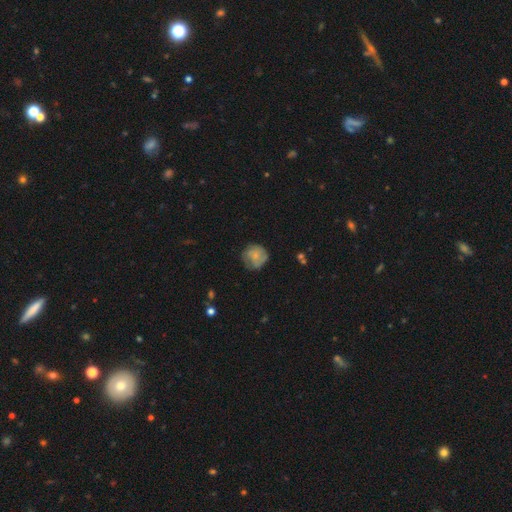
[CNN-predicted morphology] smooth 56%, featured or disk 36%, star or artifact 8%. Down the decision tree: how rounded — round (86%); merging — none (66%).